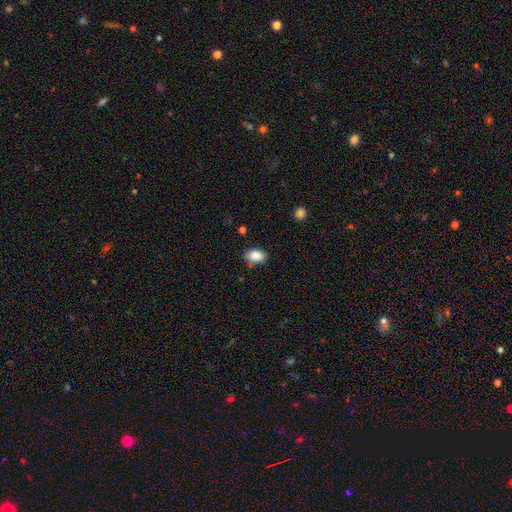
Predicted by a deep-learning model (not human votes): smooth-or-featured: smooth: 88% | star or artifact: 8% | featured or disk: 4%
  how-rounded: in between: 85% | round: 14% | cigar-shaped: 1%
  merging: none: 77% | minor disturbance: 16% | major disturbance: 3% | merger: 3%